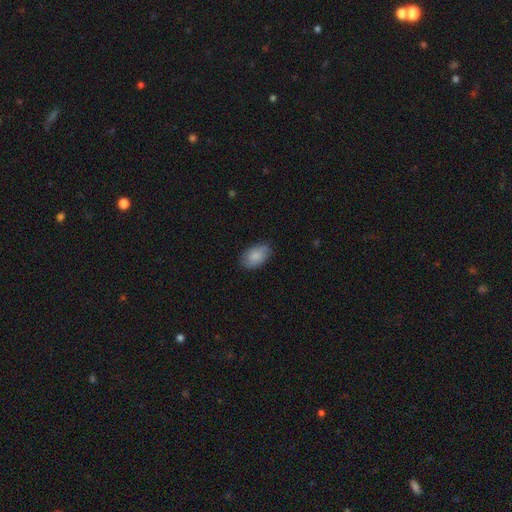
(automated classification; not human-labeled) This appears to be a smooth galaxy with no disk features (82%) that is in between round and cigar-shaped (91%). Merging: none (77%).